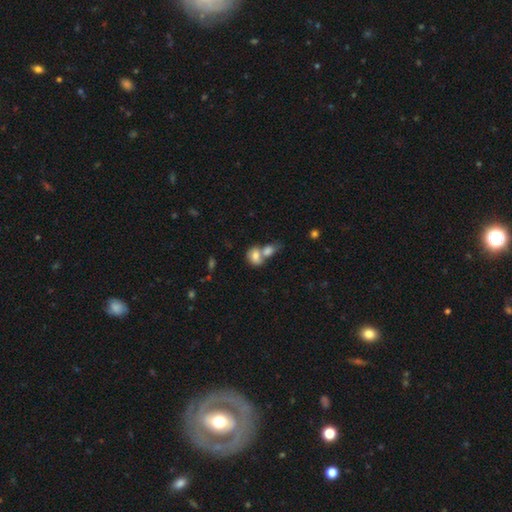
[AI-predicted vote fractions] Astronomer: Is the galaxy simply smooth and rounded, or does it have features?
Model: smooth — 77%.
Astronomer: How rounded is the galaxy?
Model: in between — 61% (runner-up: round, 37%).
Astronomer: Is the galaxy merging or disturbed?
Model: merger — 67%.